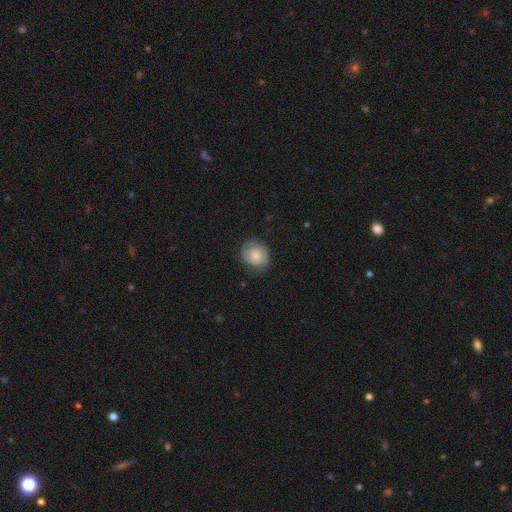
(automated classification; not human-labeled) A smooth galaxy with no disk features (72%) that is round (70%). Merging: none (72%).